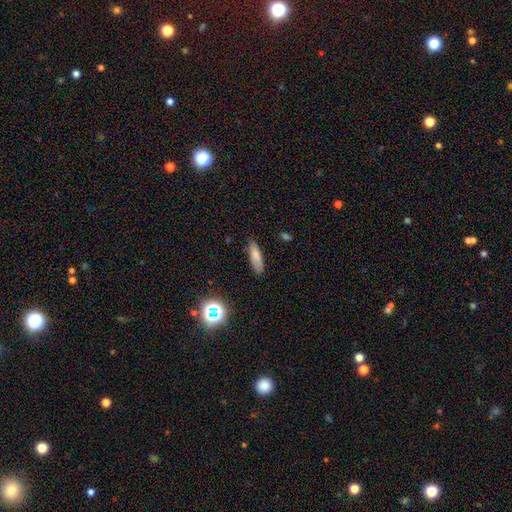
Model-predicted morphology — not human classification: Q: Smooth or featured?
A: smooth (81%); runner-up: featured or disk (10%)
Q: How rounded?
A: cigar-shaped (54%); runner-up: in between (44%)
Q: Merging?
A: none (82%); runner-up: minor disturbance (14%)